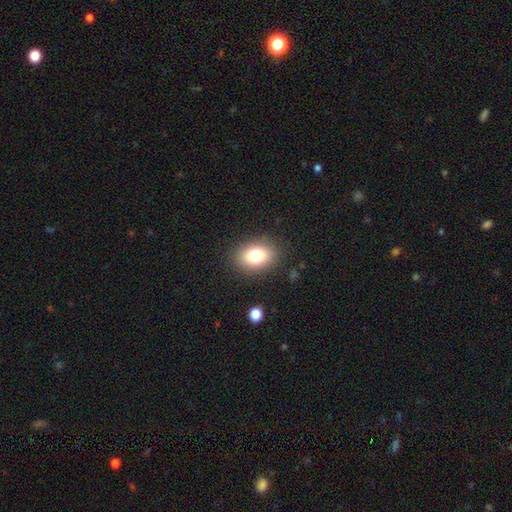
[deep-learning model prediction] Overall: smooth (78%). How rounded: in between (74%). Merging: none (86%).